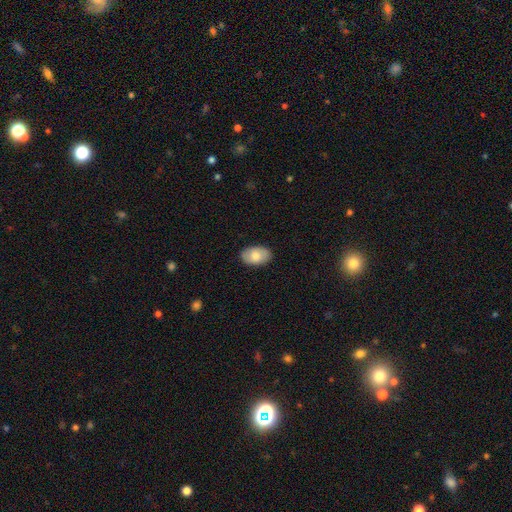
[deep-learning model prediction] Q: Smooth or featured?
A: smooth (76%); runner-up: featured or disk (17%)
Q: How rounded?
A: in between (91%); runner-up: round (8%)
Q: Merging?
A: none (87%); runner-up: minor disturbance (10%)